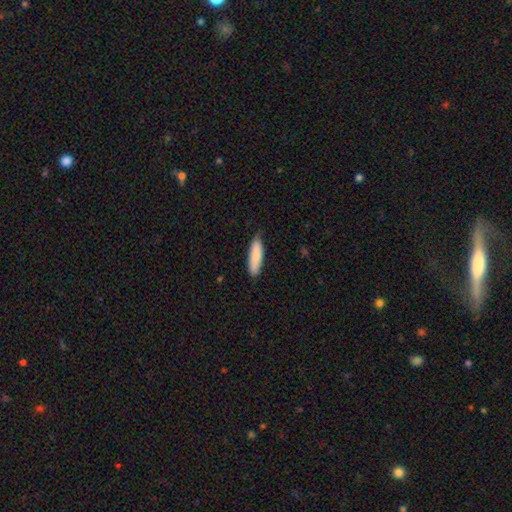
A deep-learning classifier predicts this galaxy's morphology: A smooth galaxy with no disk features (84%) that is cigar-shaped (58%). Merging: none (75%).